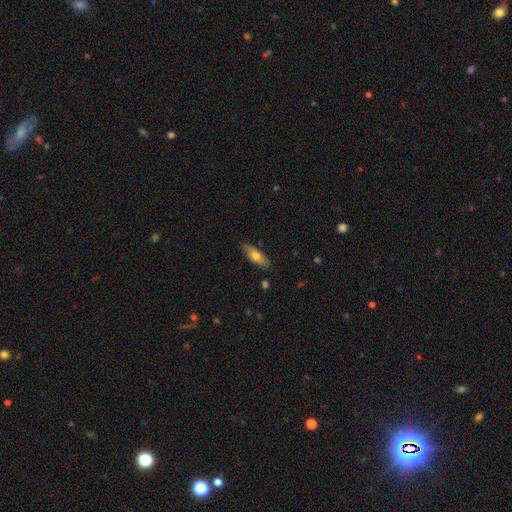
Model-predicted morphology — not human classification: A smooth galaxy with no disk features (67%) that is in between round and cigar-shaped (62%). Merging: none (85%).